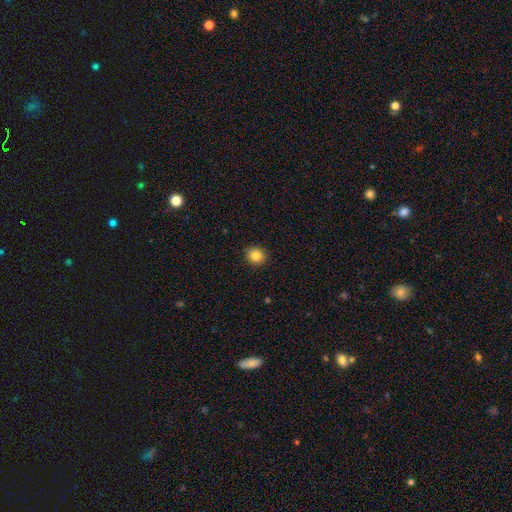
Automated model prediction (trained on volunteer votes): Smooth or featured? Predicted: smooth (p=0.84). How rounded? Predicted: round (p=0.82). Merging? Predicted: none (p=0.91).